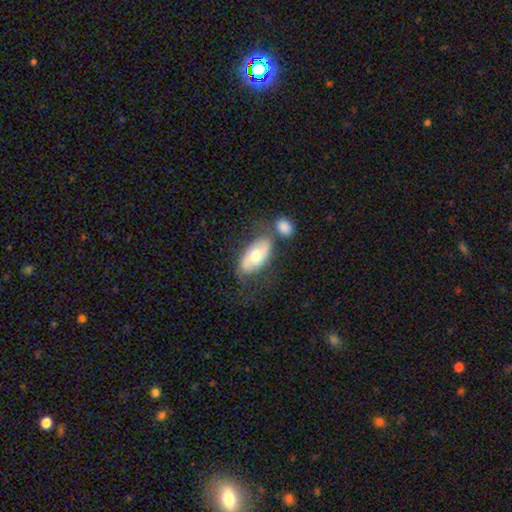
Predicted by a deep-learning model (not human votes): Morphology: type=smooth (56%); roundness=in between (91%); merging=none (54%).